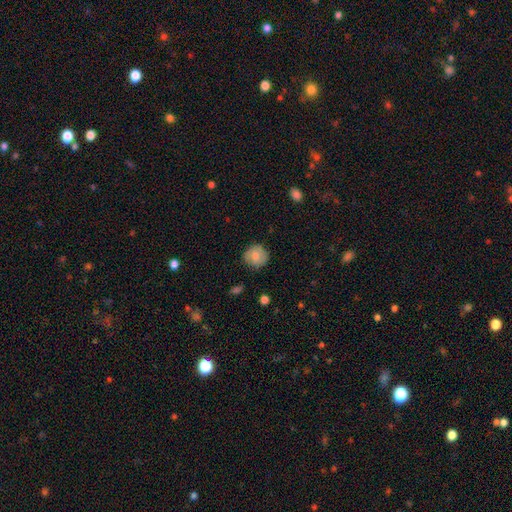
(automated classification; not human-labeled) Overall: smooth (71%). How rounded: round (86%). Merging: none (79%).